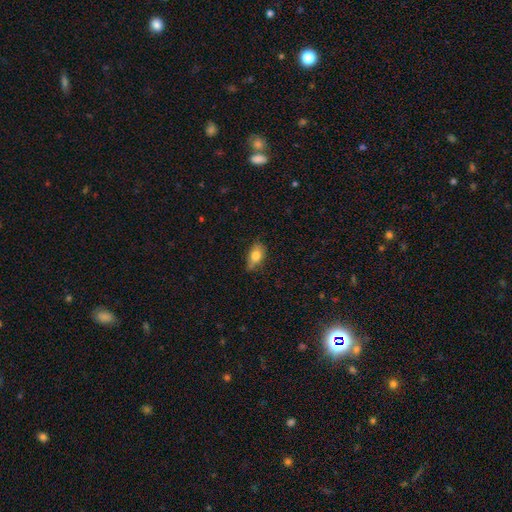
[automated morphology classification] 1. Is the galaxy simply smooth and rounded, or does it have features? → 76% smooth, 15% featured or disk, 8% star or artifact.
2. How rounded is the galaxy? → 84% in between, 10% round, 6% cigar-shaped.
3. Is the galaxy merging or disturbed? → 66% none, 28% minor disturbance, 5% major disturbance, 2% merger.